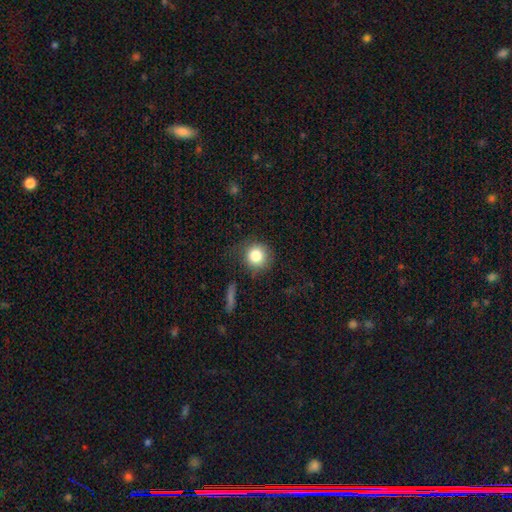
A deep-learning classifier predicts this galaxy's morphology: smooth_or_featured: smooth (p=0.82) [alt: star or artifact p=0.11]
how_rounded: round (p=0.92) [alt: in between p=0.07]
merging: none (p=0.79) [alt: minor disturbance p=0.14]